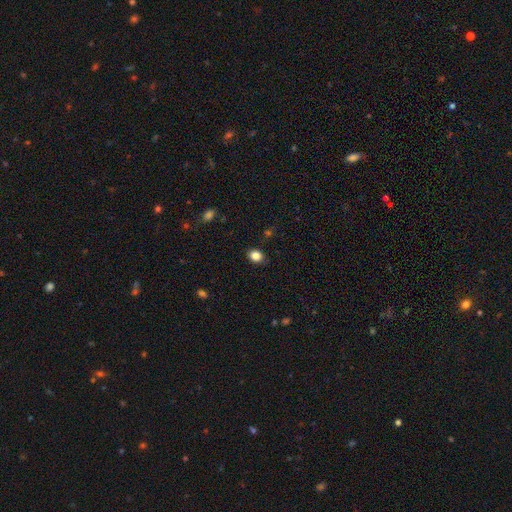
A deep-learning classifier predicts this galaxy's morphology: The model was most divided on "how rounded": round: 52%, in between: 47%, cigar-shaped: 1%. More confident: merging — none (87%); smooth or featured — smooth (84%).